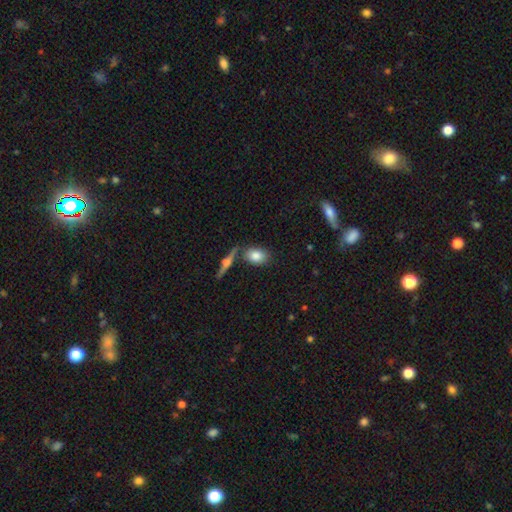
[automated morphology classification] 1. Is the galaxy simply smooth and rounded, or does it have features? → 80% smooth, 13% featured or disk, 7% star or artifact.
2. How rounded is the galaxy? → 72% in between, 25% round, 4% cigar-shaped.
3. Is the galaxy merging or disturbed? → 70% none, 14% merger, 13% minor disturbance, 4% major disturbance.